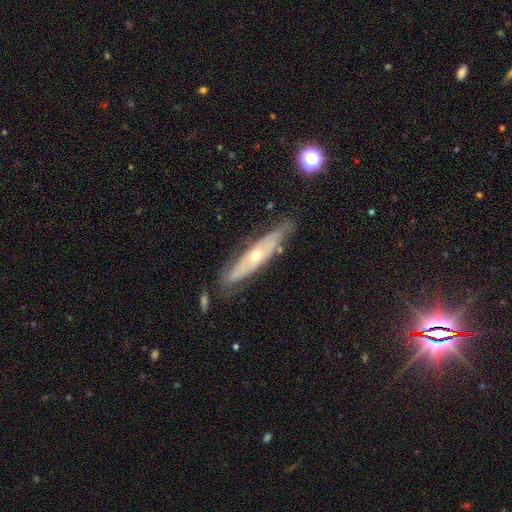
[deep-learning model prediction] smooth_or_featured: featured or disk (p=0.69) [alt: smooth p=0.25]
disk_edge_on: no (p=0.51) [alt: yes p=0.49]
merging: none (p=0.71) [alt: minor disturbance p=0.20]